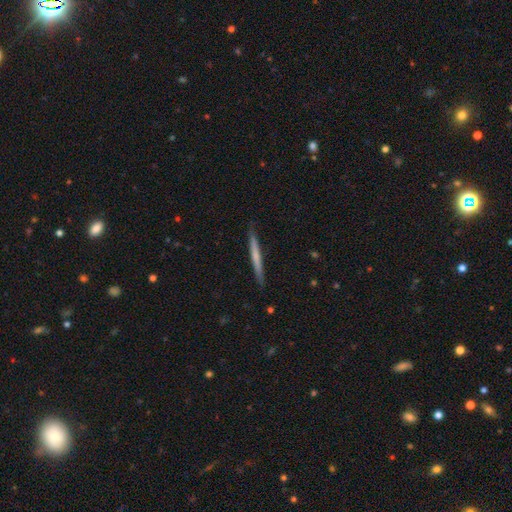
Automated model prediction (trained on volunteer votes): Smooth or featured? smooth (54%)
How rounded? cigar-shaped (97%)
Merging? none (89%)